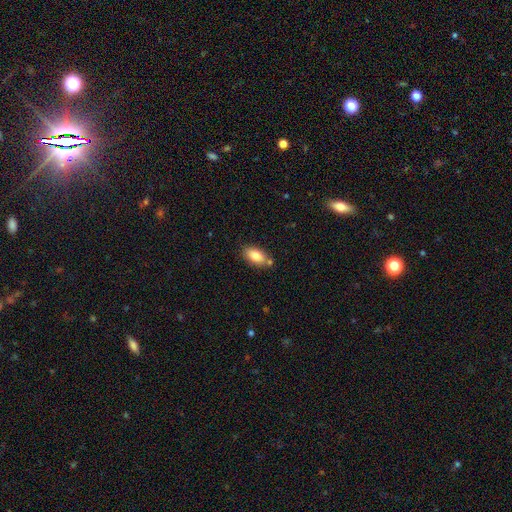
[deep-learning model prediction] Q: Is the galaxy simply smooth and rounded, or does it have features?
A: smooth — 82%.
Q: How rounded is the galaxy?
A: in between — 91%.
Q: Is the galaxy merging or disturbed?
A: none — 71%.